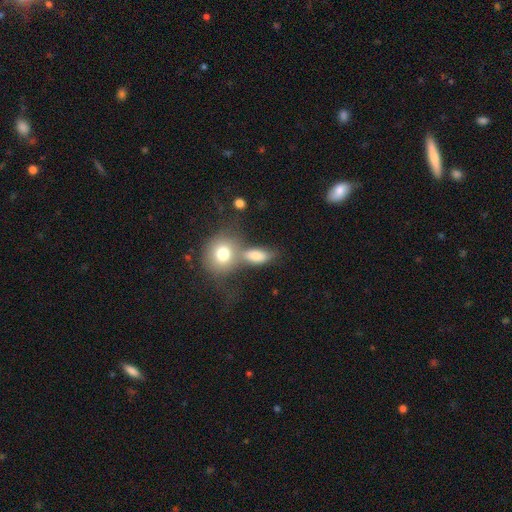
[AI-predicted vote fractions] This appears to be a smooth galaxy with no disk features (79%) that is in between round and cigar-shaped (75%). Merging: merger (43%).